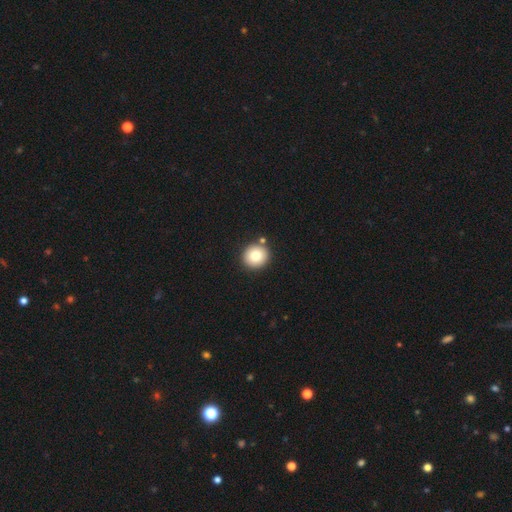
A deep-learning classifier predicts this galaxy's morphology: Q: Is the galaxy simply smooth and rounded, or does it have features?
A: smooth — 83%.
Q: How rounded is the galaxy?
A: round — 87%.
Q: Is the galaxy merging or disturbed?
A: none — 85%.